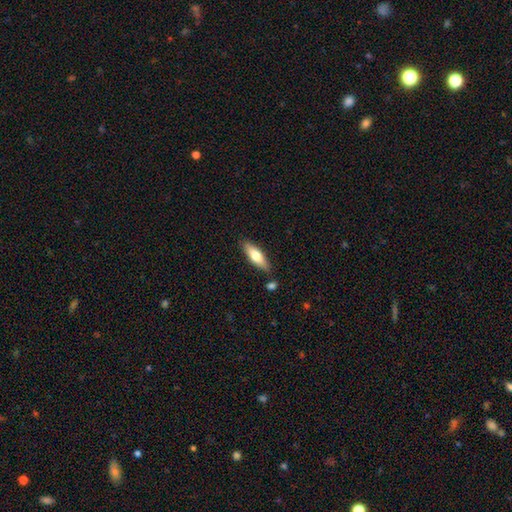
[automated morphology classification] This appears to be a smooth galaxy with no disk features (66%) that is in between round and cigar-shaped (52%). Merging: none (82%).